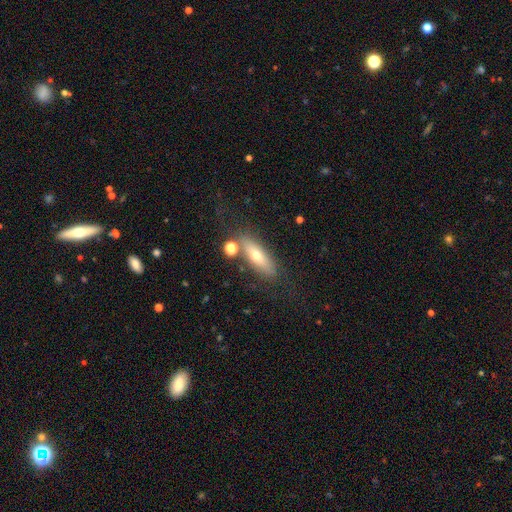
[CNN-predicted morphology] smooth-or-featured: smooth: 57% | featured or disk: 34% | star or artifact: 9%
  how-rounded: cigar-shaped: 50% | in between: 46% | round: 4%
  merging: none: 71% | minor disturbance: 14% | merger: 8% | major disturbance: 6%